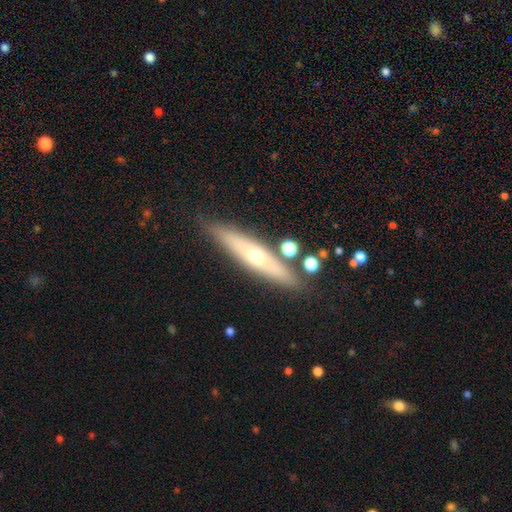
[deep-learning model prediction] smooth_or_featured: featured or disk (p=0.52) [alt: smooth p=0.40]
disk_edge_on: yes (p=0.76) [alt: no p=0.24]
merging: none (p=0.81) [alt: minor disturbance p=0.11]